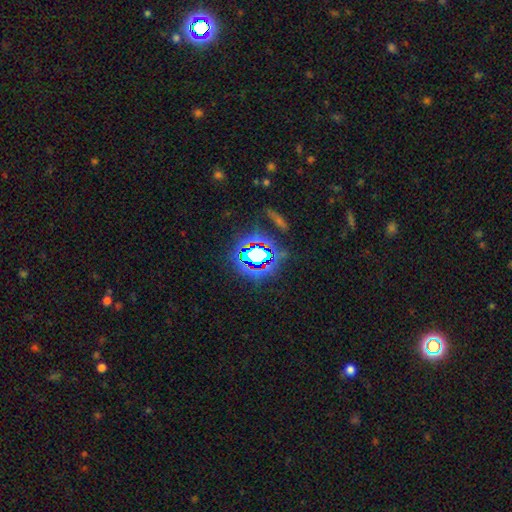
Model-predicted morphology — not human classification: A star or artifact, not a galaxy (67%).

Vote fractions:
- Smooth or featured? star or artifact: 67% / smooth: 20% / featured or disk: 13%